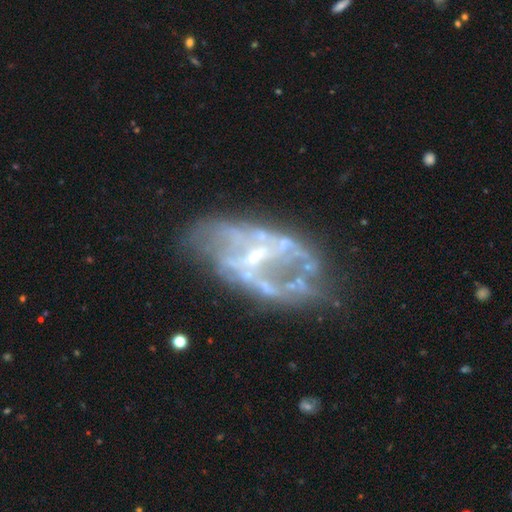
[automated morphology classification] This is likely a featured or disk galaxy (80%). It is clearly not viewed edge-on (96%). Bar: marginally no (43%). Spiral arm pattern: possibly yes (50%, tied with no). Central bulge: possibly small (53%). Merging: possibly none (45%).